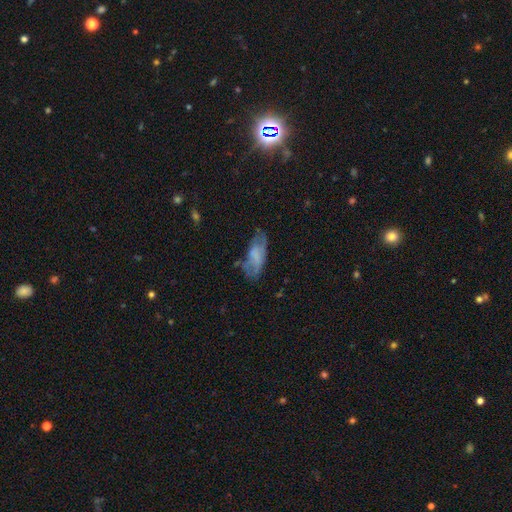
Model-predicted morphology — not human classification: A smooth galaxy with no disk features (56%) that is in between round and cigar-shaped (82%).

Vote fractions:
- Smooth or featured? smooth: 56% / featured or disk: 35% / star or artifact: 9%
- How rounded? in between: 82% / cigar-shaped: 15% / round: 2%
- Merging? none: 51% / minor disturbance: 29% / major disturbance: 16% / merger: 3%